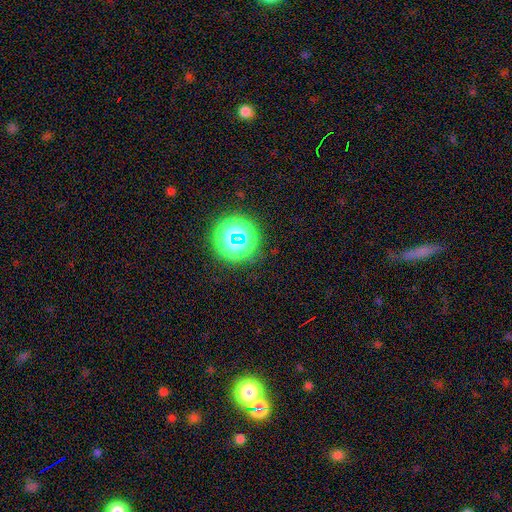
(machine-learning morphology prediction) The model was most divided on "smooth or featured": star or artifact: 70%, smooth: 21%, featured or disk: 10%.